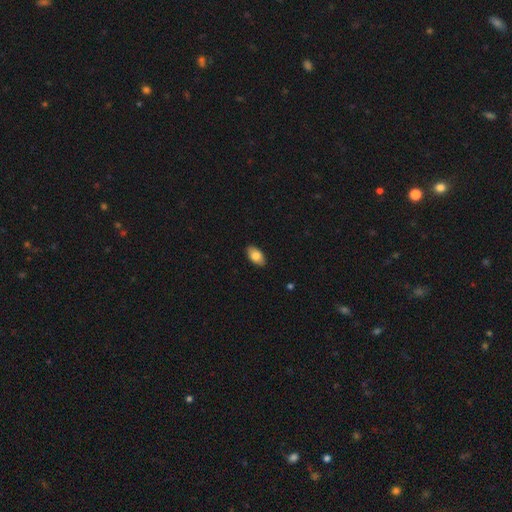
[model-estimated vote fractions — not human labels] A smooth galaxy with no disk features (82%) that is in between round and cigar-shaped (94%). Merging: none (89%).